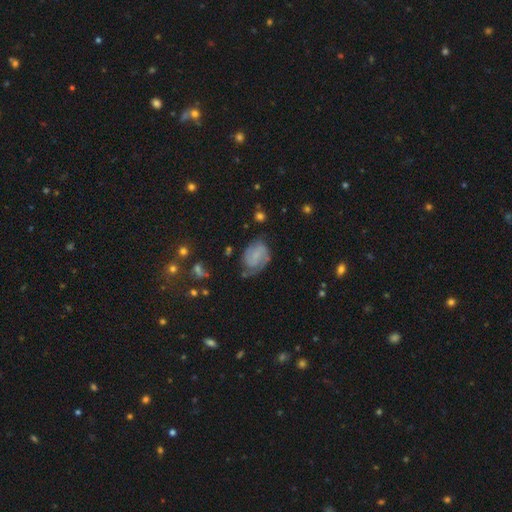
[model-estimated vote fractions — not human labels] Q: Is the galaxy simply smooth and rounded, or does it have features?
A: featured or disk — 70%.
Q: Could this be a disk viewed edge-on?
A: no — 98%.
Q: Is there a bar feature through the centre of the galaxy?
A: no — 52%.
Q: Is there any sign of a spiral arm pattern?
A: yes — 92%.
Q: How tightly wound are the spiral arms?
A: tight — 44%.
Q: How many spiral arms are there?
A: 2 — 66%.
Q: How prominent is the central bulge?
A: small — 52%.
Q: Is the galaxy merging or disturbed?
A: none — 59%.